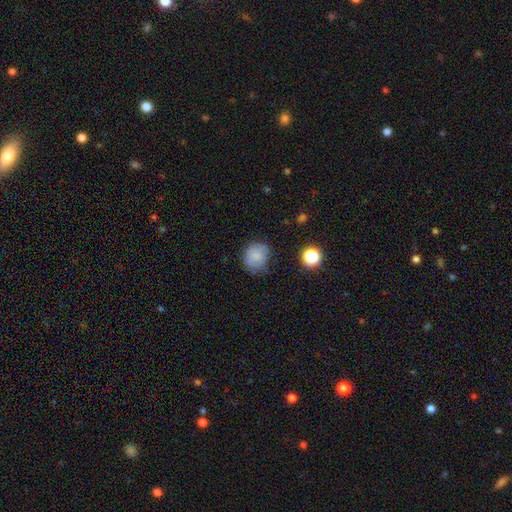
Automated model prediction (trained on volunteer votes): Smooth or featured? smooth (76%)
How rounded? round (72%)
Merging? none (67%)